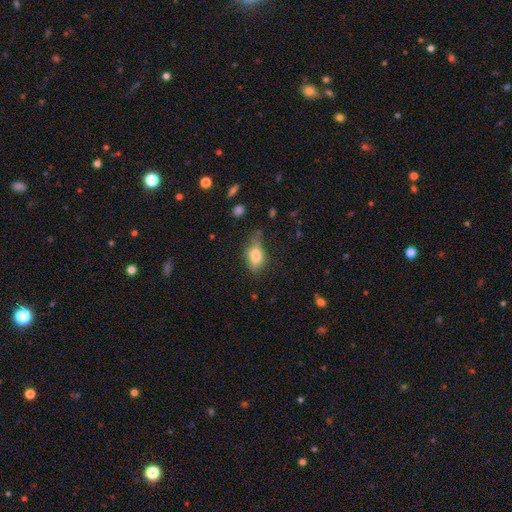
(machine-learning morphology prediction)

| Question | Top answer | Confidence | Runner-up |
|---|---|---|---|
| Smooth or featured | smooth | 72% | featured or disk (19%) |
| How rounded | in between | 81% | round (10%) |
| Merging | none | 53% | minor disturbance (33%) |